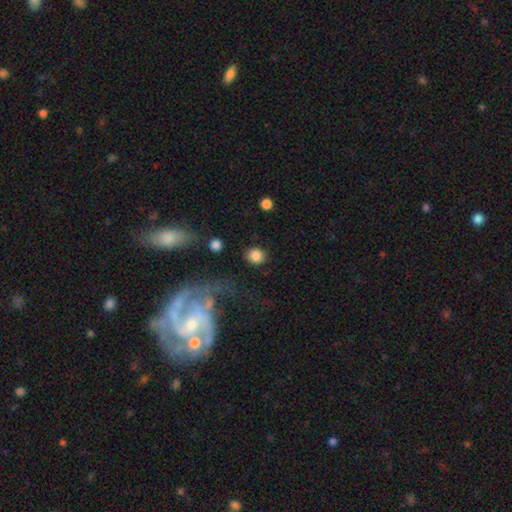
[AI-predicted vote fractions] A smooth galaxy with no disk features (84%) that is round (74%).

Vote fractions:
- Smooth or featured? smooth: 84% / star or artifact: 9% / featured or disk: 7%
- How rounded? round: 74% / in between: 25% / cigar-shaped: 1%
- Merging? none: 83% / minor disturbance: 10% / major disturbance: 5% / merger: 3%